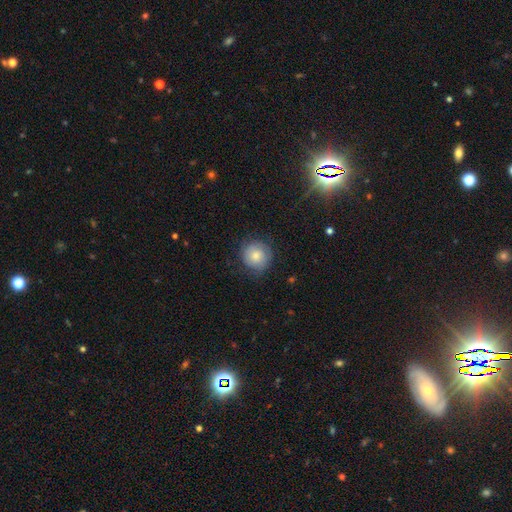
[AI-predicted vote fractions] This is likely a smooth galaxy (63%). How rounded: clearly round (91%). Merging: likely none (74%).